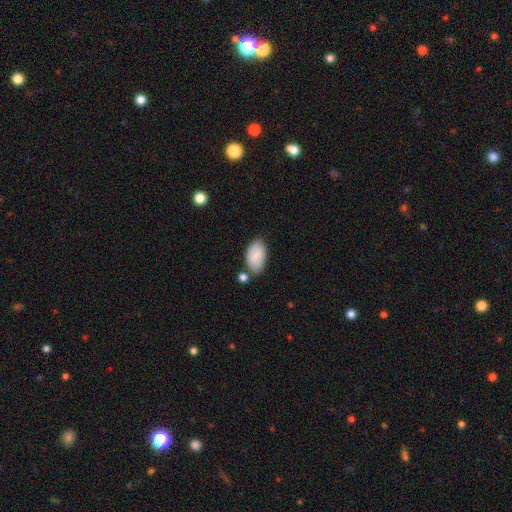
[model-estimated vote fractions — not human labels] A smooth galaxy with no disk features (82%) that is in between round and cigar-shaped (95%).

Vote fractions:
- Smooth or featured? smooth: 82% / featured or disk: 11% / star or artifact: 7%
- How rounded? in between: 95% / round: 4% / cigar-shaped: 2%
- Merging? none: 66% / minor disturbance: 19% / merger: 11% / major disturbance: 4%